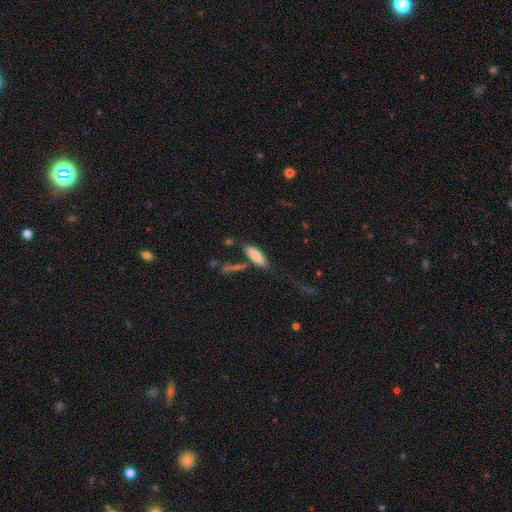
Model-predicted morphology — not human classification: A smooth galaxy with no disk features (82%) that is in between round and cigar-shaped (58%).

Vote fractions:
- Smooth or featured? smooth: 82% / featured or disk: 11% / star or artifact: 7%
- How rounded? in between: 58% / cigar-shaped: 40% / round: 2%
- Merging? none: 64% / minor disturbance: 17% / merger: 11% / major disturbance: 7%